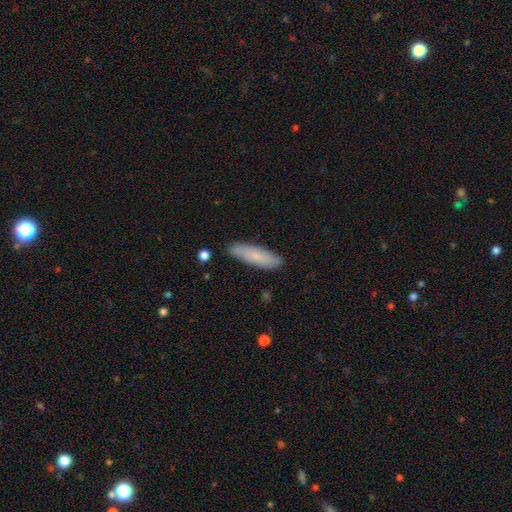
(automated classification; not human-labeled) A smooth galaxy with no disk features (77%) that is cigar-shaped (66%).

Vote fractions:
- Smooth or featured? smooth: 77% / featured or disk: 16% / star or artifact: 6%
- How rounded? cigar-shaped: 66% / in between: 33% / round: 1%
- Merging? none: 85% / minor disturbance: 11% / major disturbance: 2% / merger: 2%